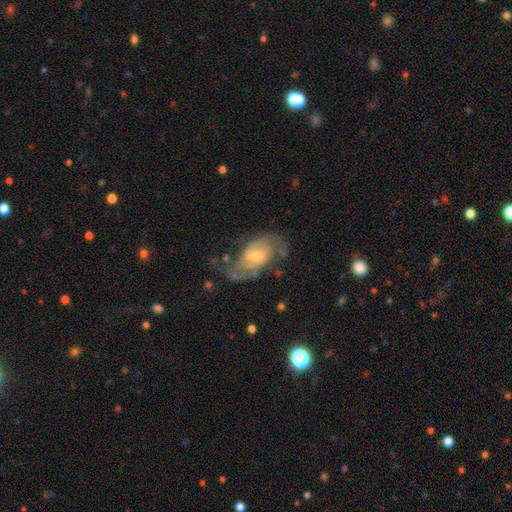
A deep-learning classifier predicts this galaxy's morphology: A featured or disk galaxy (81%) with no bar (51%), 2 (79%) medium (48%) spiral arms (92%) and a small central bulge (54%).

Vote fractions:
- Smooth or featured? featured or disk: 81% / smooth: 13% / star or artifact: 6%
- Edge-on disk? no: 96% / yes: 4%
- Bar? no: 51% / weak: 41% / strong: 8%
- Spiral arms? yes: 92% / no: 8%
- Spiral winding? medium: 48% / tight: 27% / loose: 25%
- Spiral arm count? 2: 79% / can't tell: 12% / 3: 3% / 1: 3% / 4: 2% / more than 4: 1%
- Bulge size? small: 54% / moderate: 40% / large: 3% / none: 2% / dominant: 1%
- Merging? none: 56% / minor disturbance: 23% / major disturbance: 19% / merger: 3%